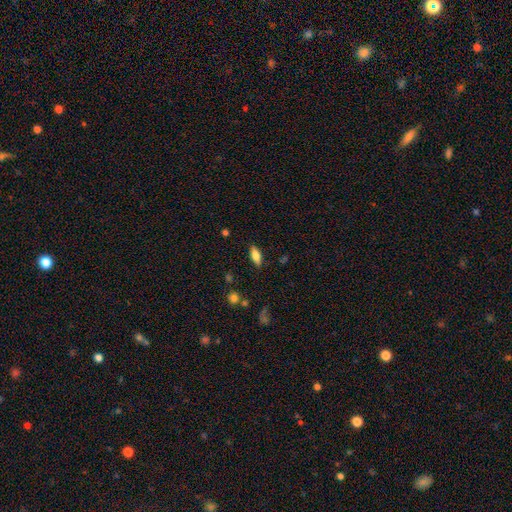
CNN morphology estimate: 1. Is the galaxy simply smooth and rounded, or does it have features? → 73% smooth, 19% featured or disk, 8% star or artifact.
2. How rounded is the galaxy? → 78% in between, 19% cigar-shaped, 3% round.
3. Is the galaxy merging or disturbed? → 85% none, 11% minor disturbance, 3% major disturbance, 1% merger.